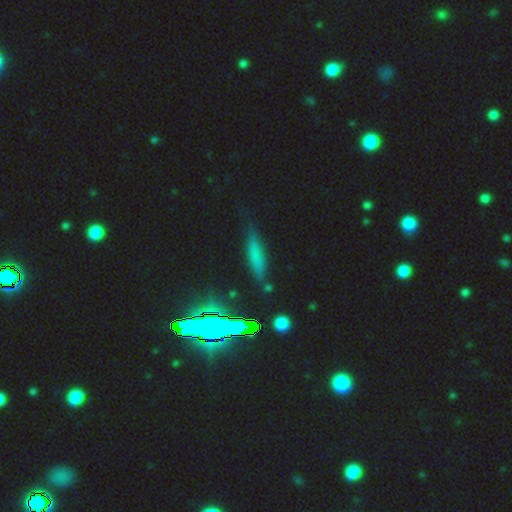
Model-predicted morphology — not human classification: smooth_or_featured: smooth (p=0.47) [alt: featured or disk p=0.27]
merging: none (p=0.80) [alt: minor disturbance p=0.14]